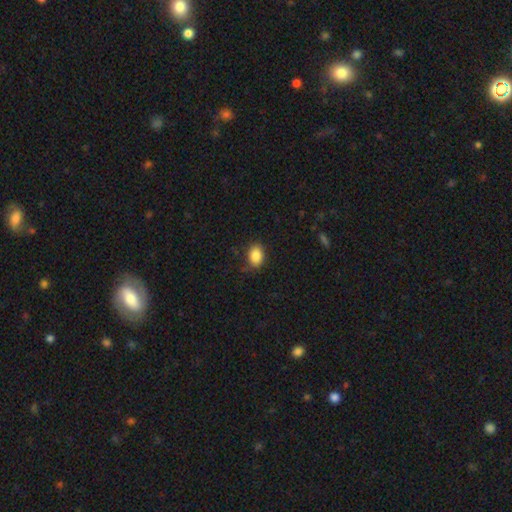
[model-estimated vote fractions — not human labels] This is clearly a smooth galaxy (87%). How rounded: likely in between (71%). Merging: likely none (80%).